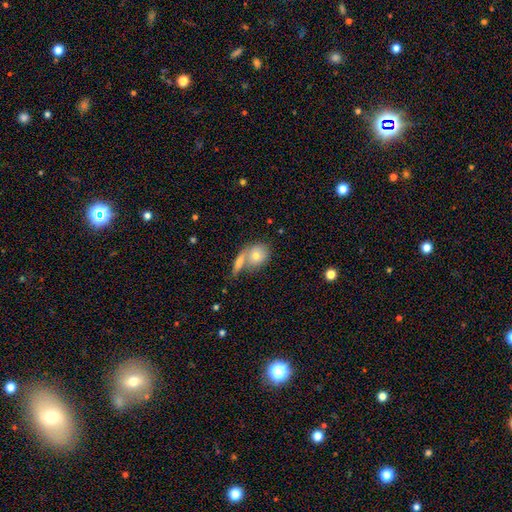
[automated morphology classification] smooth 65%, featured or disk 27%, star or artifact 8%. Down the decision tree: how rounded — round (61%); merging — none (42%, tied with merger).